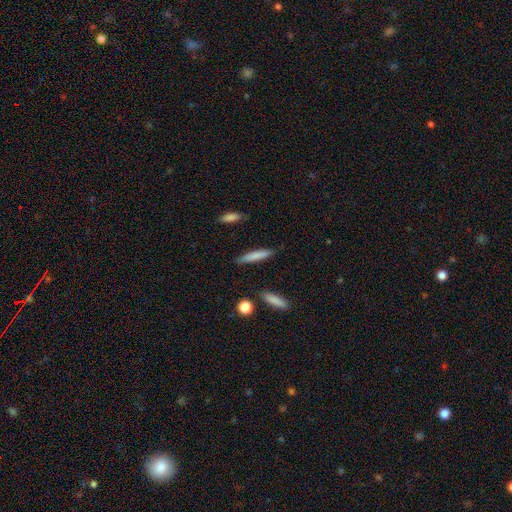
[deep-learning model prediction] Smooth or featured? Predicted: smooth (p=0.78). How rounded? Predicted: cigar-shaped (p=0.90). Merging? Predicted: none (p=0.87).